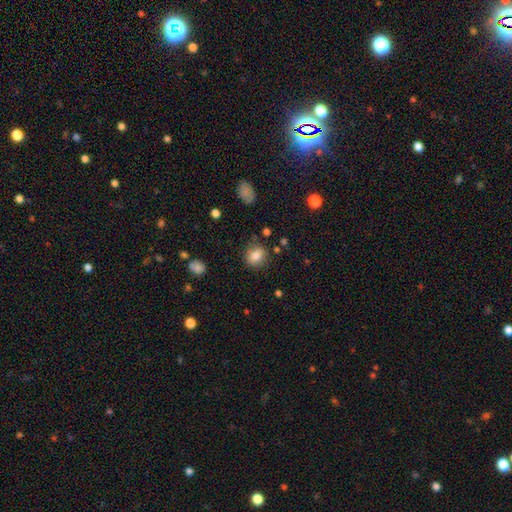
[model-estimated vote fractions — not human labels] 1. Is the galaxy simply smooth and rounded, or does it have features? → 81% smooth, 10% star or artifact, 9% featured or disk.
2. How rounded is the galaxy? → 70% round, 29% in between, 1% cigar-shaped.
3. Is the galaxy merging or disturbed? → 77% none, 16% minor disturbance, 4% major disturbance, 3% merger.